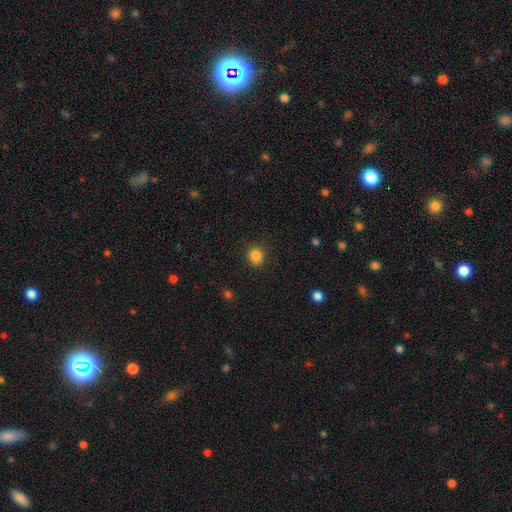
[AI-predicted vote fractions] This appears to be a smooth galaxy with no disk features (86%) that is round (86%). Merging: none (90%).